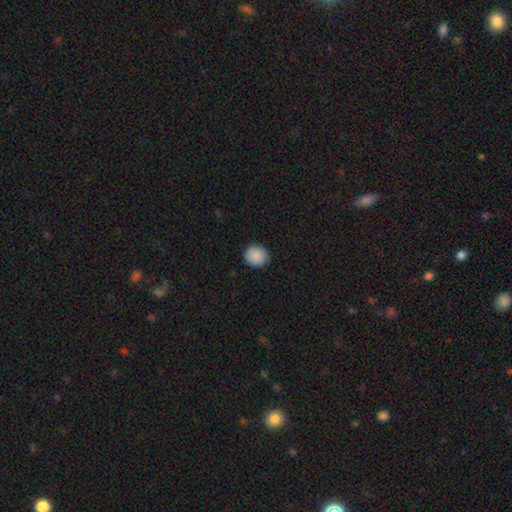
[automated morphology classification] Smooth or featured: smooth — 90% (star or artifact — 8%)
How rounded: round — 86% (in between — 13%)
Merging: none — 91% (minor disturbance — 6%)